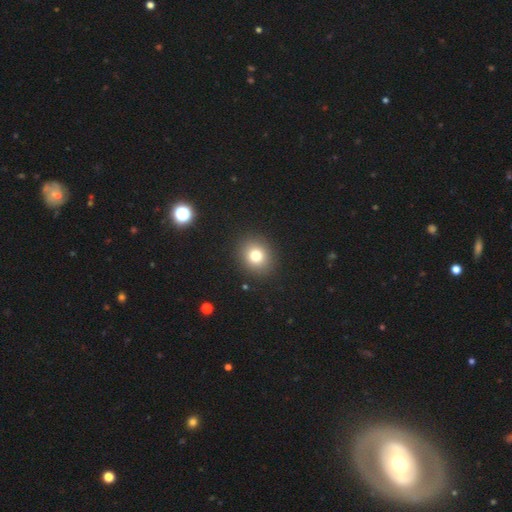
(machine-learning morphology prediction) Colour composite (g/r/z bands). It shows a smooth galaxy with no disk features (78%) that is round (77%). Merging: none (90%).